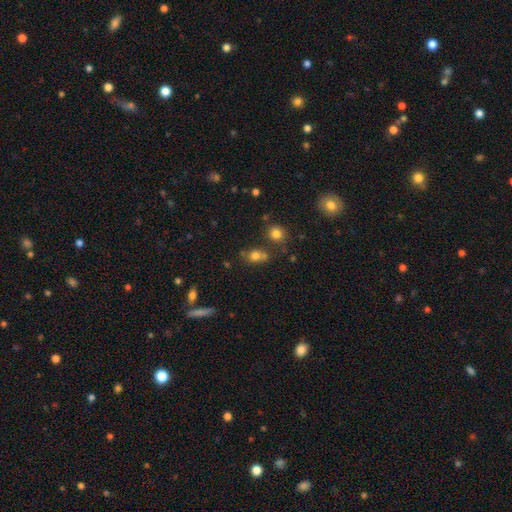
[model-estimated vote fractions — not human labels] A smooth galaxy with no disk features (75%) that is round (50%). Merging: none (55%).